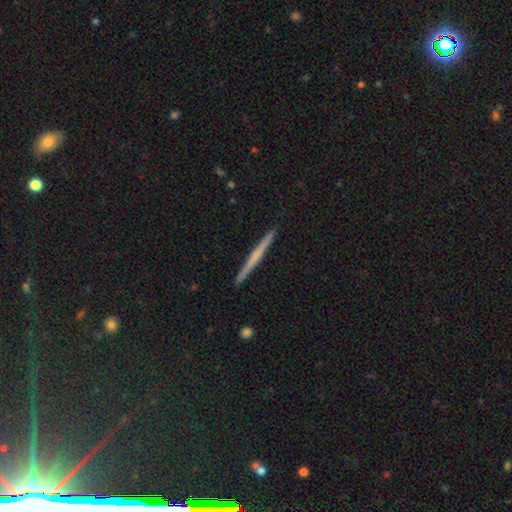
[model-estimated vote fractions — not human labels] This is likely a featured or disk galaxy (61%). It is clearly viewed edge-on (98%). Edge-on bulge: likely none (67%). Merging: clearly none (93%).